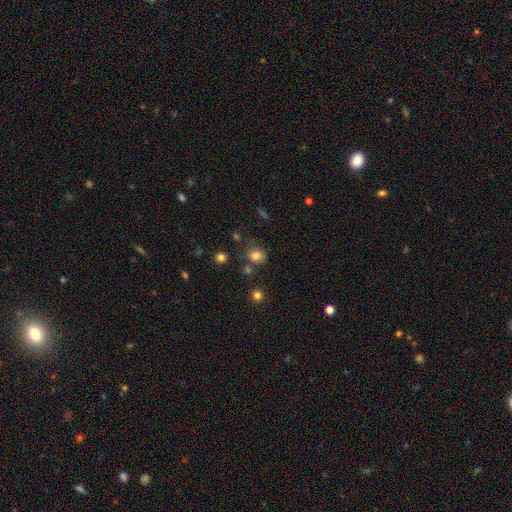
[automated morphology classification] This is likely a smooth galaxy (79%). How rounded: likely round (70%). Merging: likely none (67%).